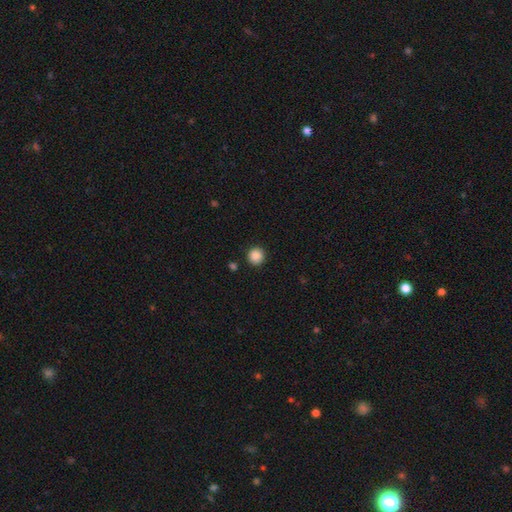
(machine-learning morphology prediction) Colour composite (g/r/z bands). It shows a smooth galaxy with no disk features (88%) that is round (94%). Merging: none (90%).